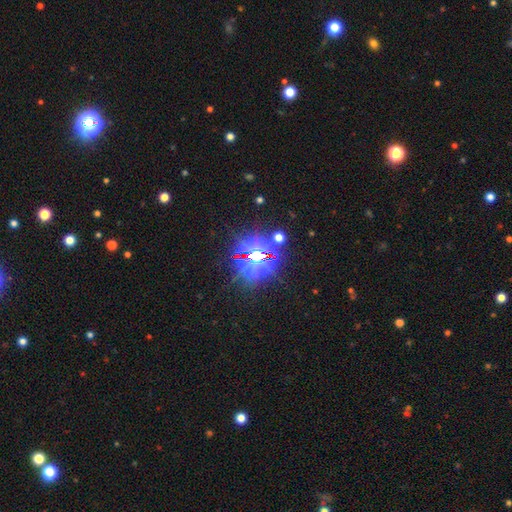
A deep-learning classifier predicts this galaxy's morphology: Smooth or featured? Predicted: star or artifact (p=0.74).